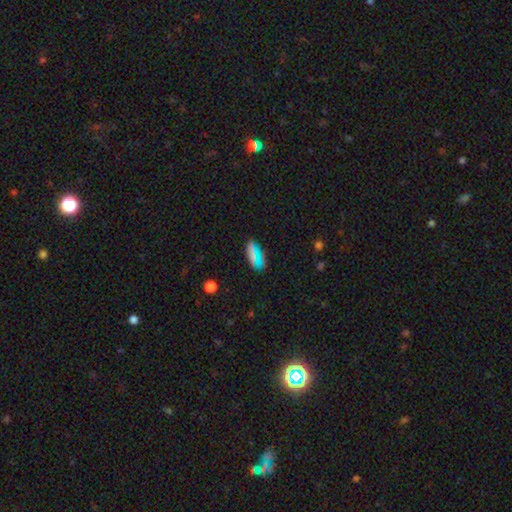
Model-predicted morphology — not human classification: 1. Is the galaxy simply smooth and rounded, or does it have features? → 67% smooth, 22% star or artifact, 10% featured or disk.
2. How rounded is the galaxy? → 85% in between, 8% round, 7% cigar-shaped.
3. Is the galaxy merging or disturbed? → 79% none, 15% minor disturbance, 4% major disturbance, 2% merger.